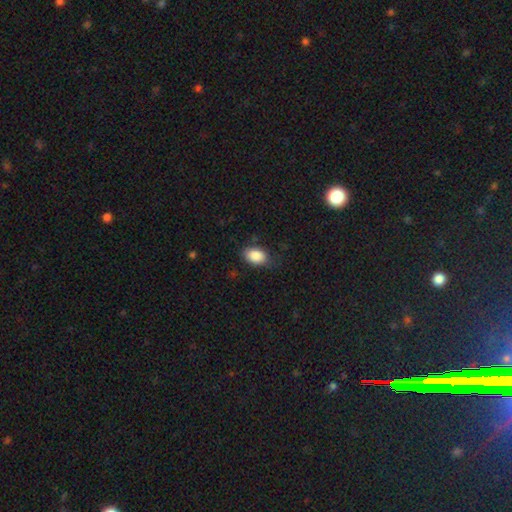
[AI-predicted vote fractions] Smooth or featured?
  - smooth: 88% *
  - star or artifact: 7%
  - featured or disk: 5%
How rounded?
  - in between: 85% *
  - round: 13%
  - cigar-shaped: 1%
Merging?
  - none: 75% *
  - minor disturbance: 19%
  - major disturbance: 5%
  - merger: 1%